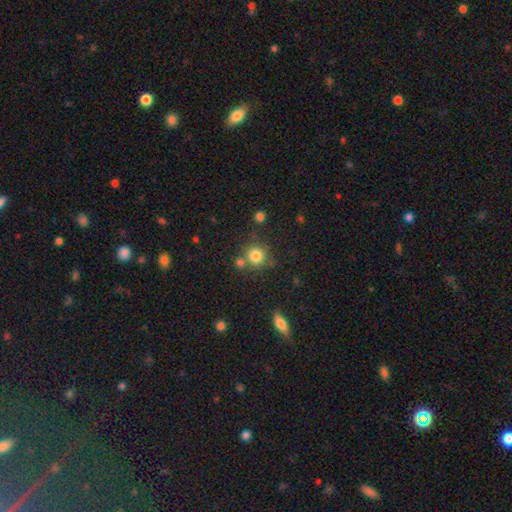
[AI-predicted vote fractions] Overall: smooth (81%). How rounded: round (91%). Merging: none (69%).